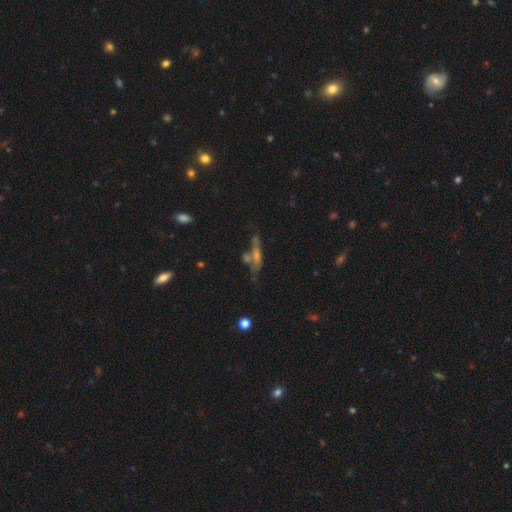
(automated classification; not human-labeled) smooth_or_featured: smooth (p=0.47) [alt: featured or disk p=0.43]
merging: none (p=0.43) [alt: merger p=0.26]